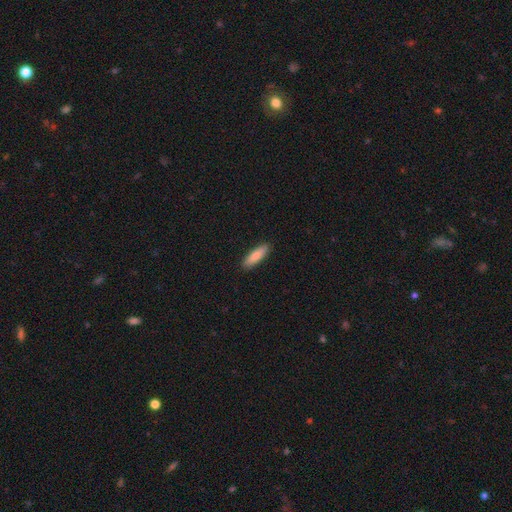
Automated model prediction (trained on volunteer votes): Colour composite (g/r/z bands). It shows a smooth galaxy with no disk features (85%) that is cigar-shaped (60%). Merging: none (91%).